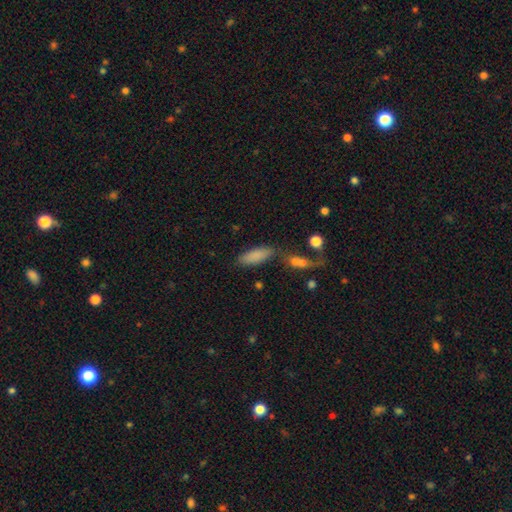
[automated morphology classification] Smooth or featured? smooth (85%)
How rounded? in between (69%)
Merging? none (63%)